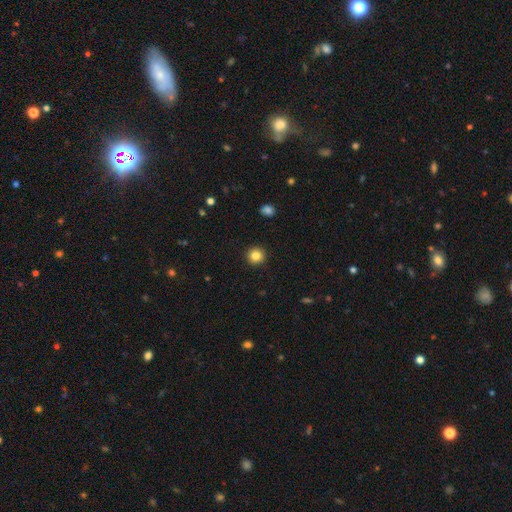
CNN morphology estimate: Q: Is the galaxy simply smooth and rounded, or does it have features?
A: smooth — 84%.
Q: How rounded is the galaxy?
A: round — 94%.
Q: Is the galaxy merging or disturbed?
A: none — 93%.